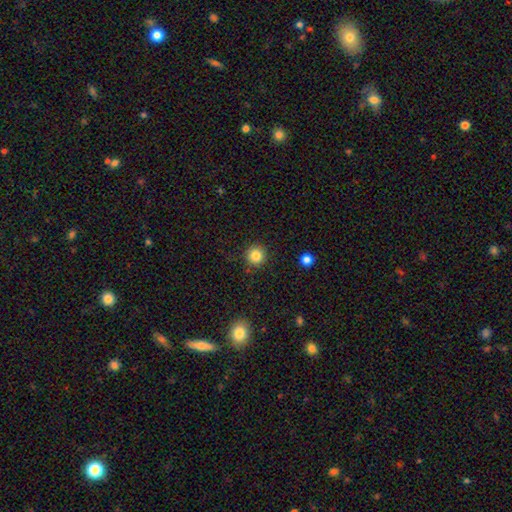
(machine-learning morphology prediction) This is clearly a smooth galaxy (84%). How rounded: clearly round (94%). Merging: clearly none (90%).